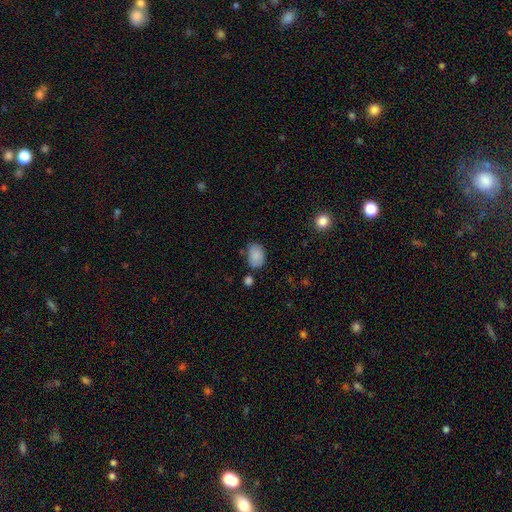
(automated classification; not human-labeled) A smooth galaxy with no disk features (87%) that is in between round and cigar-shaped (82%). Merging: none (67%).